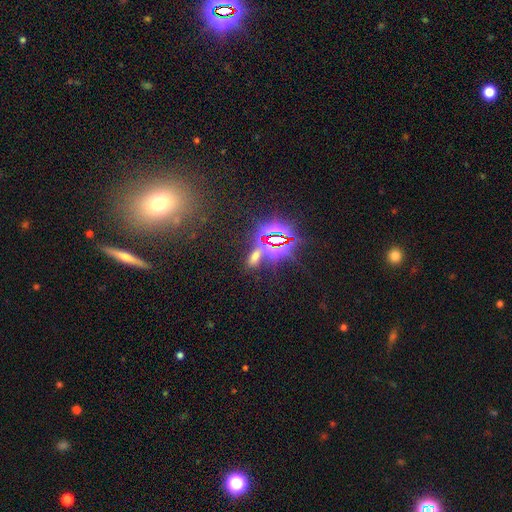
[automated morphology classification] Q: Smooth or featured?
A: star or artifact (54%); runner-up: smooth (37%)